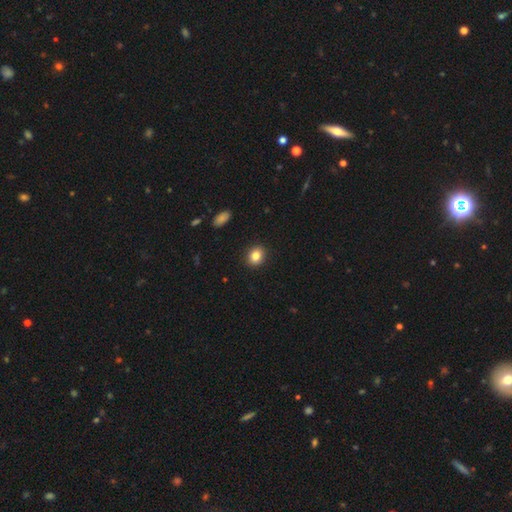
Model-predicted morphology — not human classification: Smooth or featured? smooth (84%)
How rounded? round (63%)
Merging? none (91%)